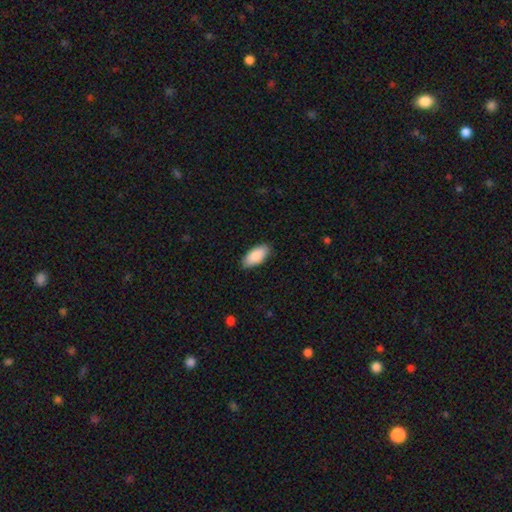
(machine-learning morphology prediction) Smooth or featured? Predicted: smooth (p=0.89). How rounded? Predicted: in between (p=0.92). Merging? Predicted: none (p=0.87).